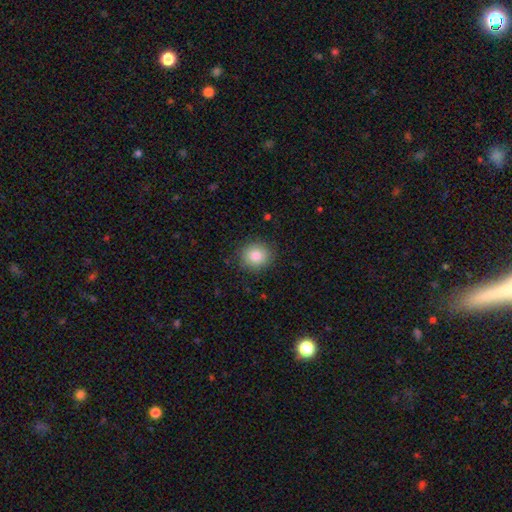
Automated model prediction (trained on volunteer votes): Smooth or featured? smooth (85%)
How rounded? round (84%)
Merging? none (88%)